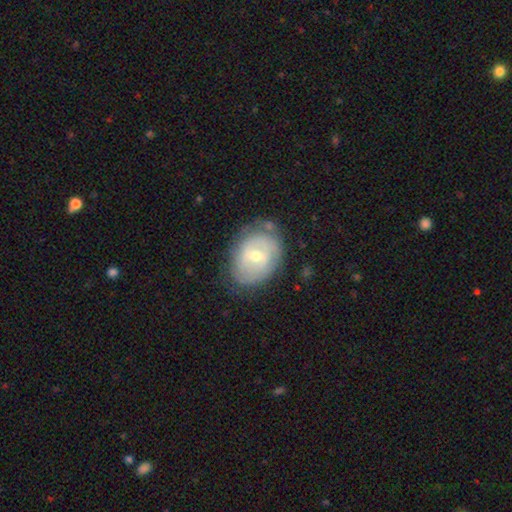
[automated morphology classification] Smooth or featured?
  - featured or disk: 63% *
  - smooth: 31%
  - star or artifact: 7%
Edge-on disk?
  - no: 95% *
  - yes: 5%
Bar?
  - weak: 48% *
  - no: 38%
  - strong: 14%
Spiral arms?
  - yes: 58% *
  - no: 42%
Bulge size?
  - moderate: 62% *
  - small: 33%
  - large: 2%
  - none: 1%
  - dominant: 1%
Merging?
  - none: 71% *
  - minor disturbance: 20%
  - major disturbance: 6%
  - merger: 3%